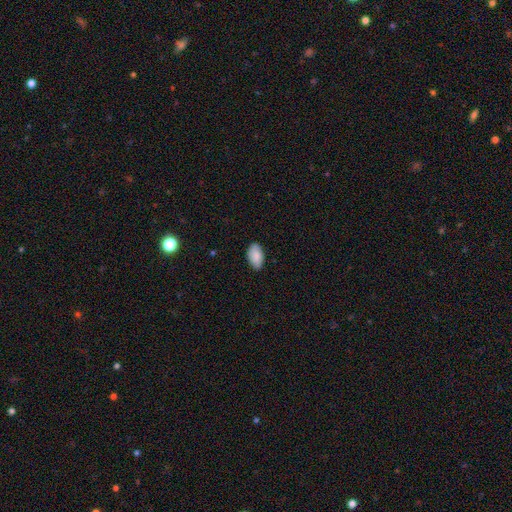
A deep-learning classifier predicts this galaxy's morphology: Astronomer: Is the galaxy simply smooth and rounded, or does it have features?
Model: smooth — 88%.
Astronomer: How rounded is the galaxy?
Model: in between — 95%.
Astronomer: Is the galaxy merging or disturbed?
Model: none — 82%.